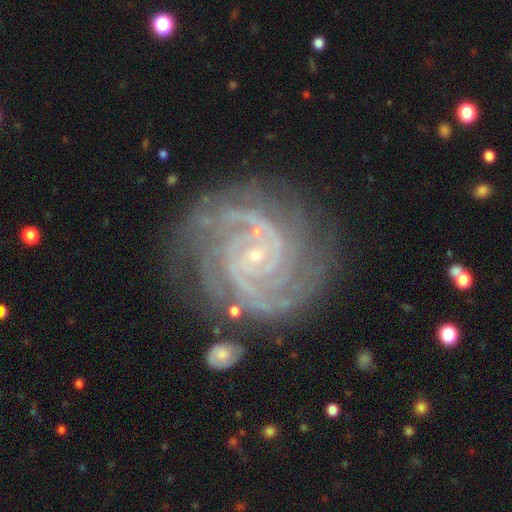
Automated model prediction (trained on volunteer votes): Smooth or featured?
  - featured or disk: 92% *
  - star or artifact: 5%
  - smooth: 3%
Edge-on disk?
  - no: 98% *
  - yes: 2%
Bar?
  - no: 65% *
  - weak: 25%
  - strong: 10%
Spiral arms?
  - yes: 99% *
  - no: 1%
Spiral winding?
  - tight: 69% *
  - medium: 28%
  - loose: 4%
Spiral arm count?
  - 2: 33% *
  - 3: 21%
  - 4: 16%
  - can't tell: 13%
  - more than 4: 9%
  - 1: 7%
Bulge size?
  - small: 88% *
  - moderate: 7%
  - none: 3%
  - large: 1%
  - dominant: 1%
Merging?
  - none: 75% *
  - minor disturbance: 16%
  - major disturbance: 6%
  - merger: 3%